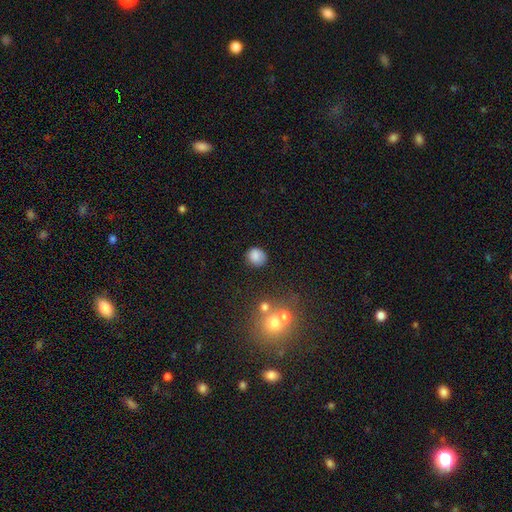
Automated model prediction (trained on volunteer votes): Smooth or featured? Predicted: smooth (p=0.84). How rounded? Predicted: round (p=0.75). Merging? Predicted: none (p=0.79).